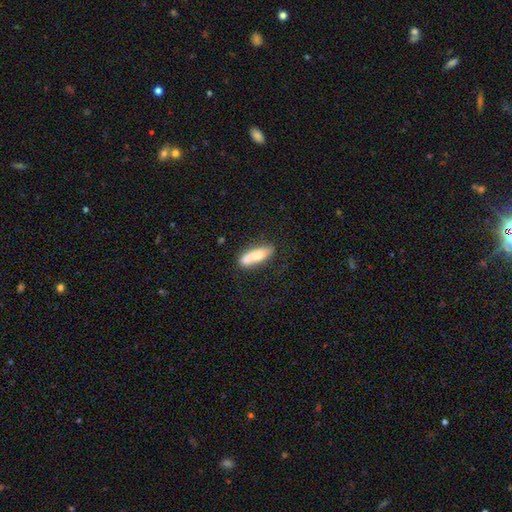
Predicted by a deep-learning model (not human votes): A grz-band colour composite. It shows a smooth galaxy with no disk features (62%) that is in between round and cigar-shaped (55%). Merging: none (57%).